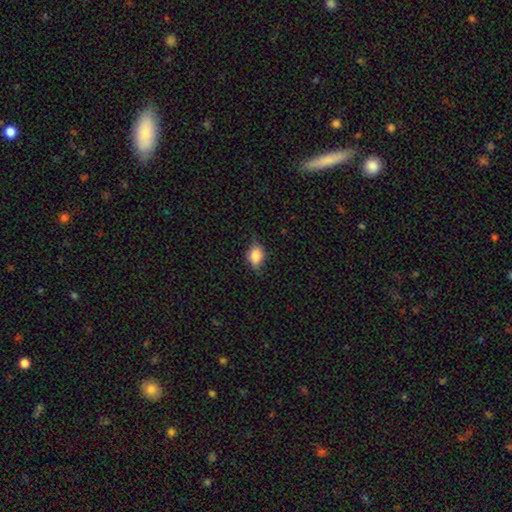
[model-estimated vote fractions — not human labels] Smooth or featured? smooth (80%)
How rounded? in between (69%)
Merging? none (70%)